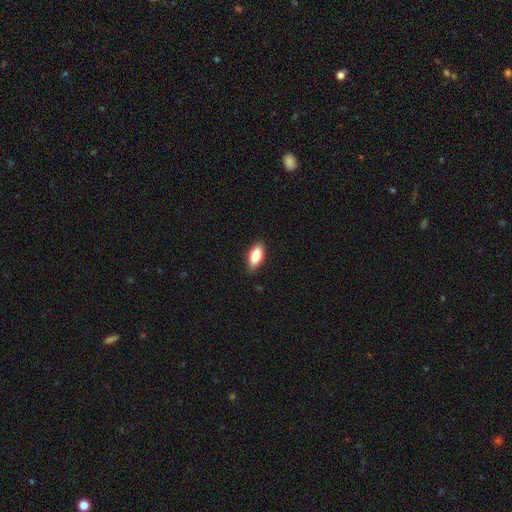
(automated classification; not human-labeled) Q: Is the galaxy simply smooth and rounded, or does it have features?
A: smooth — 86%.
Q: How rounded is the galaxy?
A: in between — 89%.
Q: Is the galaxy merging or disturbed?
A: none — 86%.